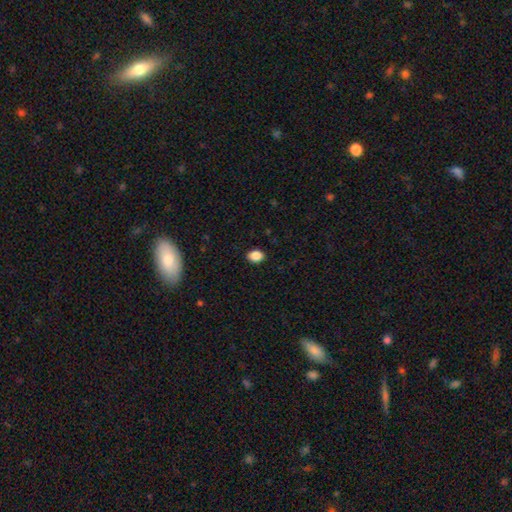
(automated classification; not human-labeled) Morphology: type=smooth (87%); roundness=in between (71%); merging=none (89%).